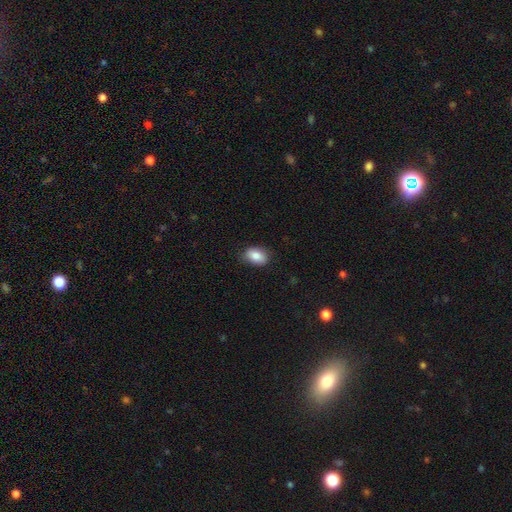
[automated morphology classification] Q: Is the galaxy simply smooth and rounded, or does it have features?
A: smooth — 85%.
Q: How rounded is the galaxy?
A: in between — 85%.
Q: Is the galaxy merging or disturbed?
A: none — 83%.